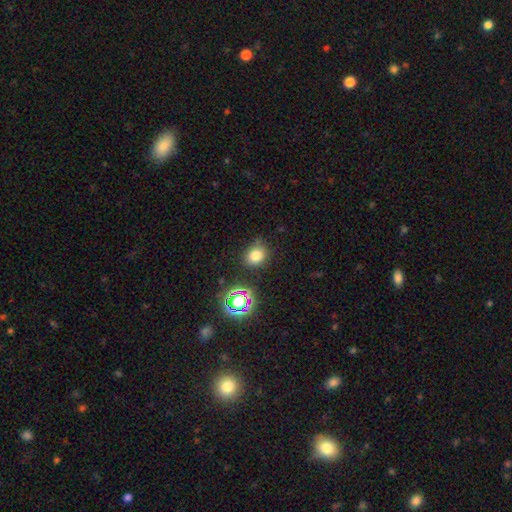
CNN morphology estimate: A smooth galaxy with no disk features (75%) that is round (63%). Merging: none (75%).